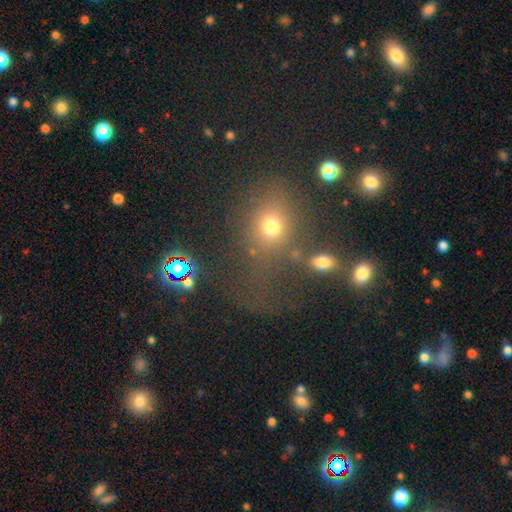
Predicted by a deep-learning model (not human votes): Smooth or featured? smooth (55%)
How rounded? round (63%)
Merging? none (60%)